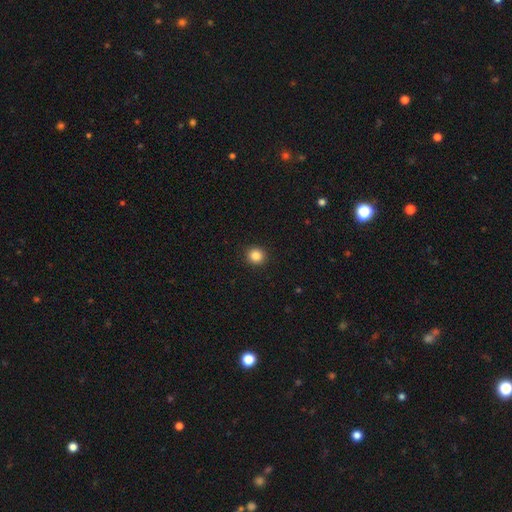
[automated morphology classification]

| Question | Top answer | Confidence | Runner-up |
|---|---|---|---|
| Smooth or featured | smooth | 85% | star or artifact (11%) |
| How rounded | round | 90% | in between (9%) |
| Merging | none | 93% | minor disturbance (5%) |